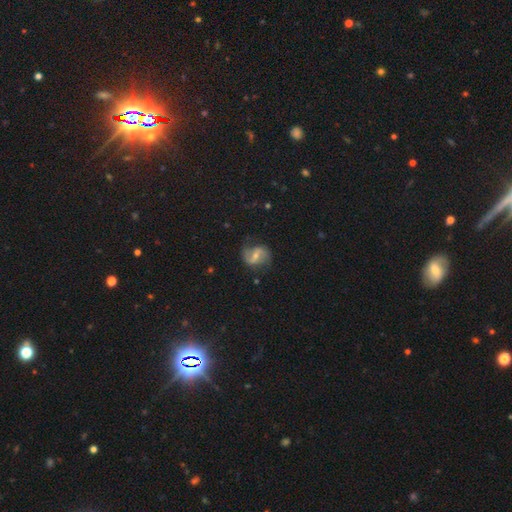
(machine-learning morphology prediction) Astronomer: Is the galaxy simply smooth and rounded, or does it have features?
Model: featured or disk — 74%.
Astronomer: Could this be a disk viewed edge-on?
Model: no — 97%.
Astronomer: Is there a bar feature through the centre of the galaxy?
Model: weak — 46% (runner-up: strong, 36%).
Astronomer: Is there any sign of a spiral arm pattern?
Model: yes — 89%.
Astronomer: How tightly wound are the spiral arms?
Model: loose — 44% (runner-up: medium, 42%).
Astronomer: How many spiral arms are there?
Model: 2 — 87%.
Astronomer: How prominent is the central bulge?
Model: small — 47% (runner-up: moderate, 46%).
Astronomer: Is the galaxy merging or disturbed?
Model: none — 71%.